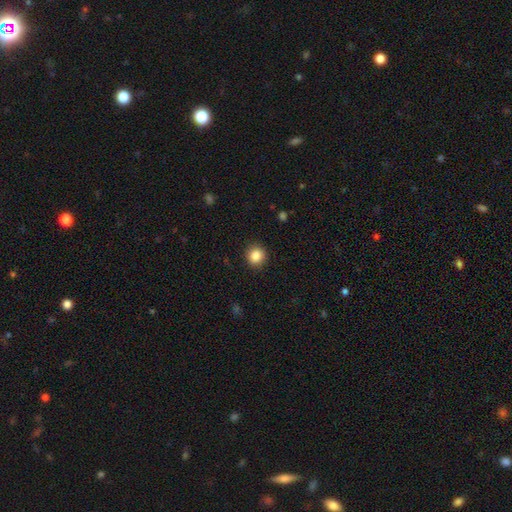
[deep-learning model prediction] This appears to be a smooth galaxy with no disk features (86%) that is round (90%). Merging: none (90%).